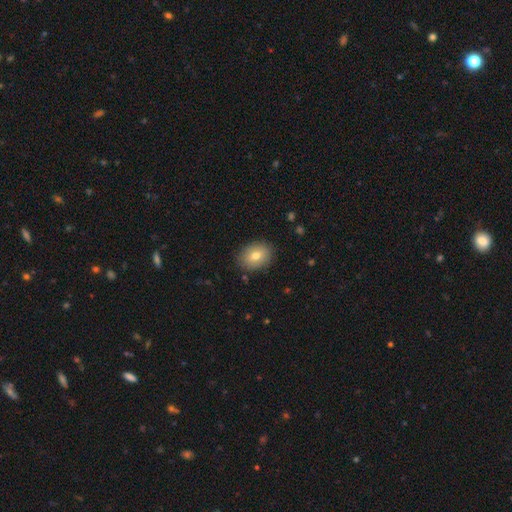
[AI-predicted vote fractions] Smooth or featured: smooth — 76% (featured or disk — 15%)
How rounded: in between — 61% (round — 38%)
Merging: none — 87% (minor disturbance — 10%)